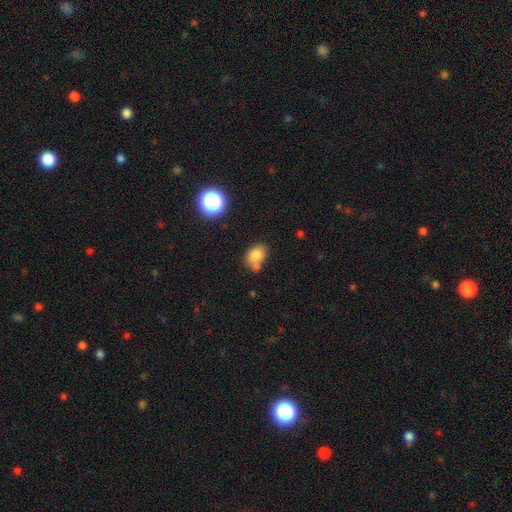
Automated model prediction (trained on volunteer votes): Overall: smooth (81%). How rounded: in between (70%). Merging: none (57%; merger 22%).